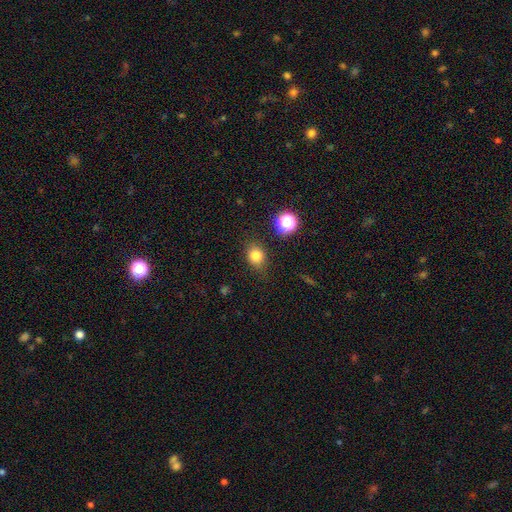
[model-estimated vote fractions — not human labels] Smooth or featured? Predicted: smooth (p=0.79). How rounded? Predicted: round (p=0.52). Merging? Predicted: none (p=0.78).